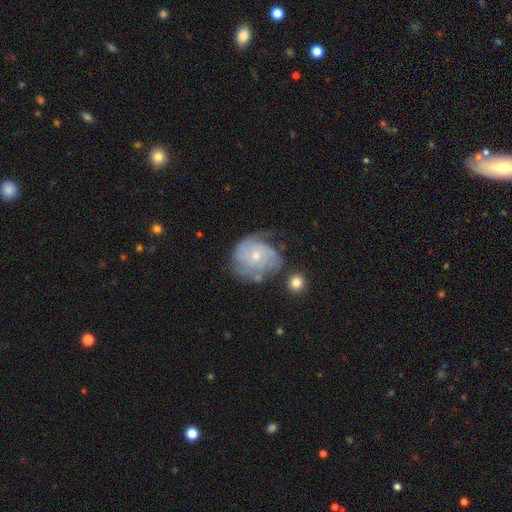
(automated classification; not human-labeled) A featured or disk galaxy (75%) with no bar (76%), tight (57%) spiral arms (90%) and a small central bulge (62%). Merging: none (51%).